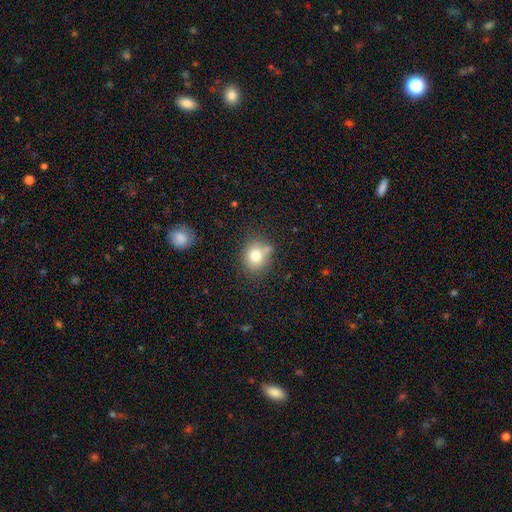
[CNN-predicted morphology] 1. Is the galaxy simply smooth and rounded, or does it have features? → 77% smooth, 12% featured or disk, 11% star or artifact.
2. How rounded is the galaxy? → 72% round, 27% in between, 1% cigar-shaped.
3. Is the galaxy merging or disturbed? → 67% none, 18% minor disturbance, 9% merger, 5% major disturbance.